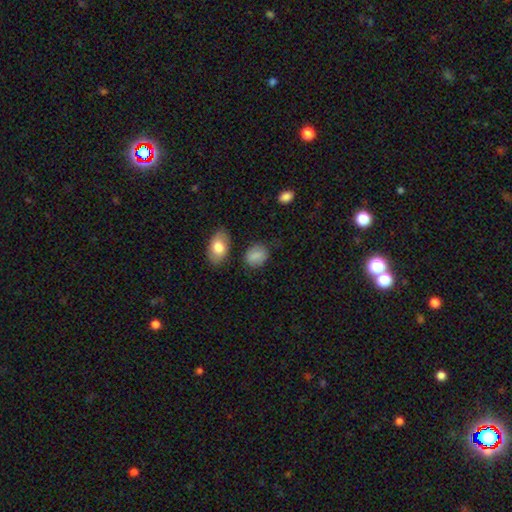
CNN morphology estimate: This appears to be a smooth galaxy with no disk features (84%) that is in between round and cigar-shaped (62%). Merging: none (76%).